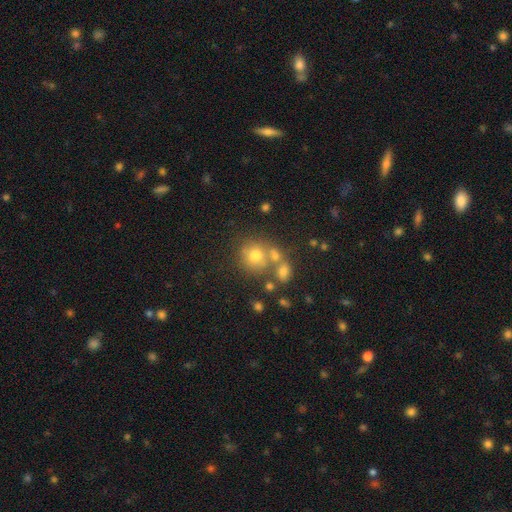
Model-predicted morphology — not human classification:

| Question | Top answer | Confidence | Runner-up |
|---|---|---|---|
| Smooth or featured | smooth | 70% | featured or disk (15%) |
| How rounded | round | 86% | in between (13%) |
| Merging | none | 53% | merger (30%) |